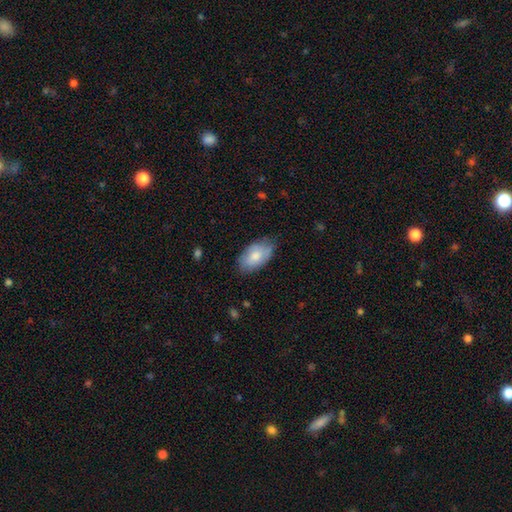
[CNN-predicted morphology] The model was most divided on "merging": none: 71%, minor disturbance: 24%, major disturbance: 4%, merger: 1%. More confident: how rounded — in between (94%); smooth or featured — smooth (74%).